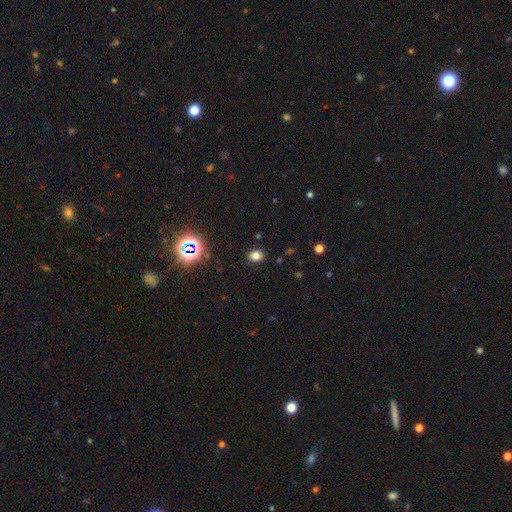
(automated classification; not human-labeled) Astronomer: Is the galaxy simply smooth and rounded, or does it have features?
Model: smooth — 76%.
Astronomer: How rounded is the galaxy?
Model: in between — 50% (runner-up: round, 49%).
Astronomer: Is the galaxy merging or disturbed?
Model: none — 89%.